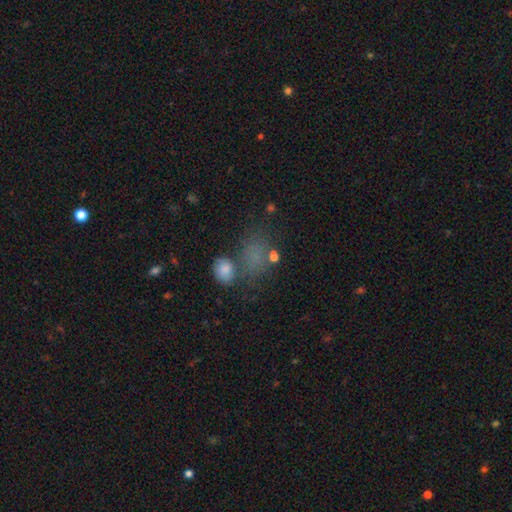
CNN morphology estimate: Smooth or featured? Predicted: smooth (p=0.59). How rounded? Predicted: in between (p=0.67). Merging? Predicted: none (p=0.43).